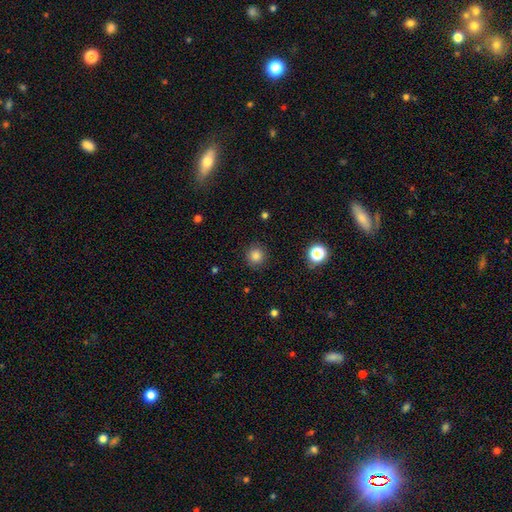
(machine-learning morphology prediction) The model was most divided on "smooth or featured": smooth: 83%, star or artifact: 12%, featured or disk: 5%. More confident: how rounded — round (94%); merging — none (90%).